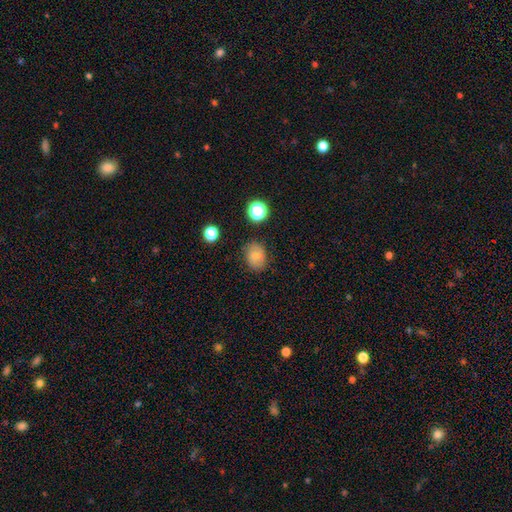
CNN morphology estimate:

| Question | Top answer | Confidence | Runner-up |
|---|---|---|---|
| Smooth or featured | smooth | 76% | featured or disk (13%) |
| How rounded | in between | 58% | round (41%) |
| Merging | none | 81% | minor disturbance (13%) |